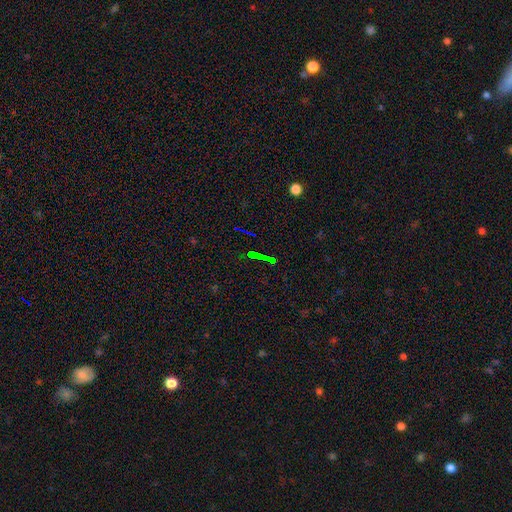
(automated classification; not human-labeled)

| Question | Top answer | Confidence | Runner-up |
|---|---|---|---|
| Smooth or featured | star or artifact | 71% | smooth (15%) |